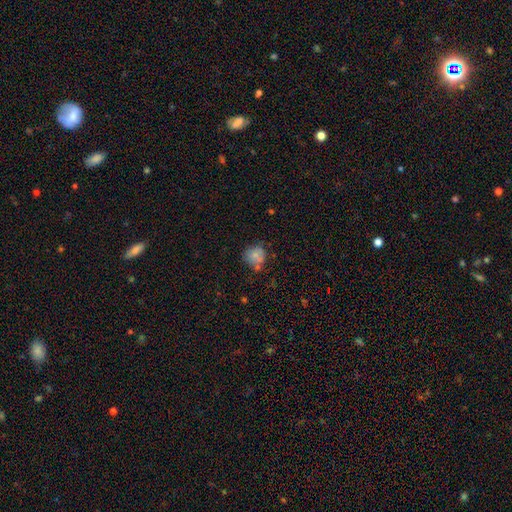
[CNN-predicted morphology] This is likely a smooth galaxy (75%). How rounded: likely round (78%). Merging: possibly none (56%).